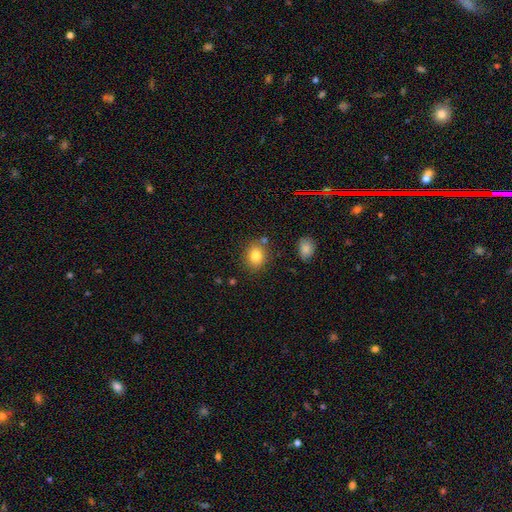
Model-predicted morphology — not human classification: Smooth or featured? Predicted: smooth (p=0.82). How rounded? Predicted: round (p=0.59). Merging? Predicted: none (p=0.79).